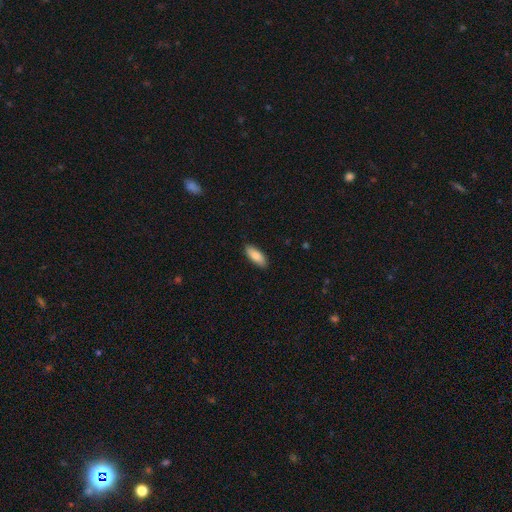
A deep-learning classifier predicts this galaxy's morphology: Smooth or featured? smooth (85%)
How rounded? in between (75%)
Merging? none (89%)